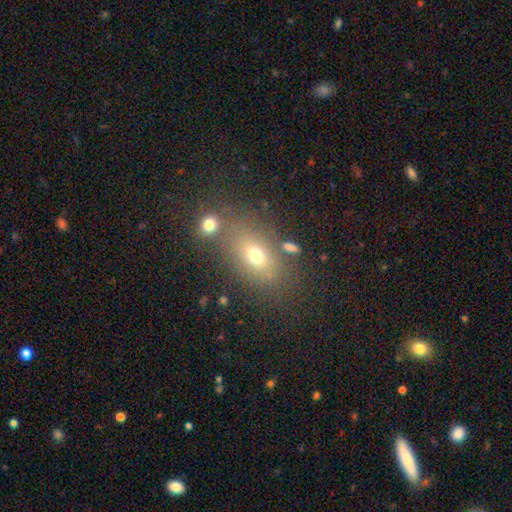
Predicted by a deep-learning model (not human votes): Overall: smooth (68%). How rounded: in between (73%). Merging: none (67%).